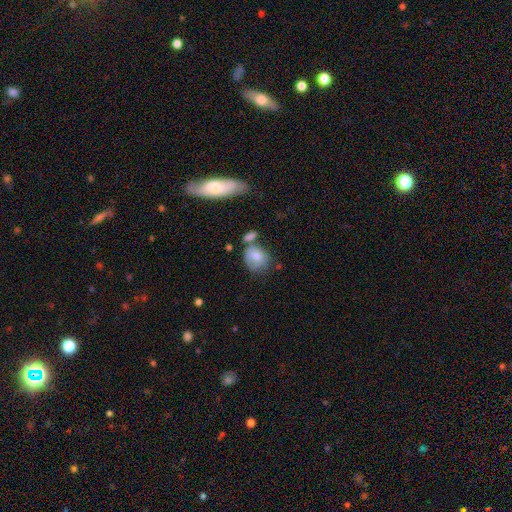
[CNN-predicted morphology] This appears to be a smooth galaxy with no disk features (74%) that is round (57%). Merging: none (42%).